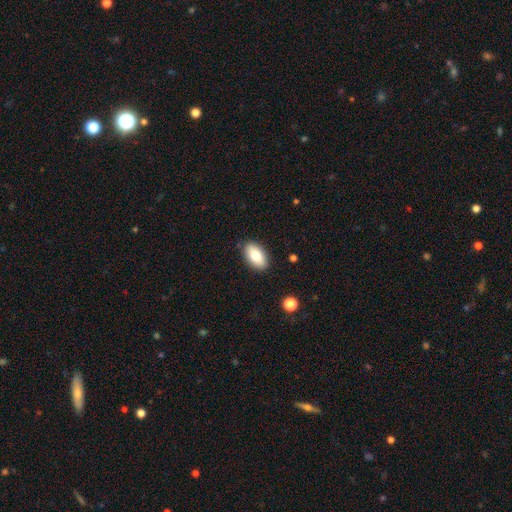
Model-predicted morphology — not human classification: smooth 81%, featured or disk 12%, star or artifact 7%. Down the decision tree: how rounded — in between (93%); merging — none (87%).